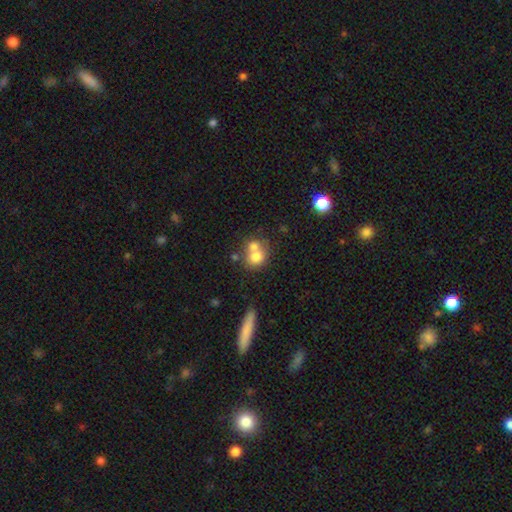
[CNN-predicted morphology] A smooth galaxy with no disk features (72%) that is round (71%). Merging: merger (56%).